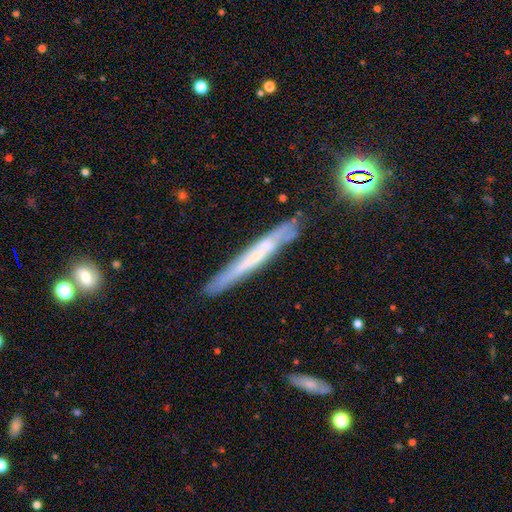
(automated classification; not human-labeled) A featured or disk galaxy (59%) viewed edge-on (84%).

Vote fractions:
- Smooth or featured? featured or disk: 59% / smooth: 32% / star or artifact: 9%
- Edge-on disk? yes: 84% / no: 16%
- Merging? none: 80% / minor disturbance: 15% / major disturbance: 3% / merger: 2%